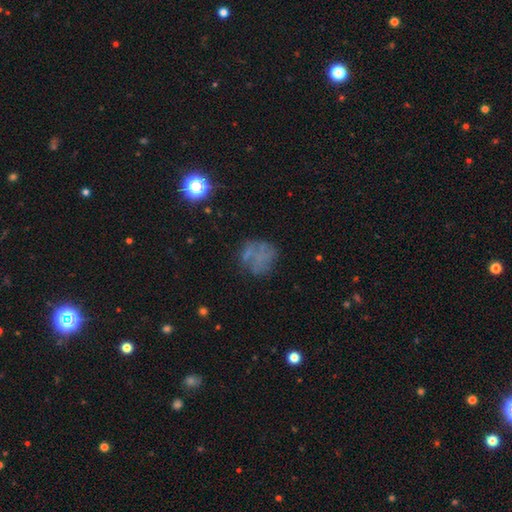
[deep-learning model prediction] A smooth galaxy with no disk features (39%).

Vote fractions:
- Smooth or featured? smooth: 39% / featured or disk: 35% / star or artifact: 26%
- Merging? none: 61% / minor disturbance: 18% / major disturbance: 16% / merger: 5%